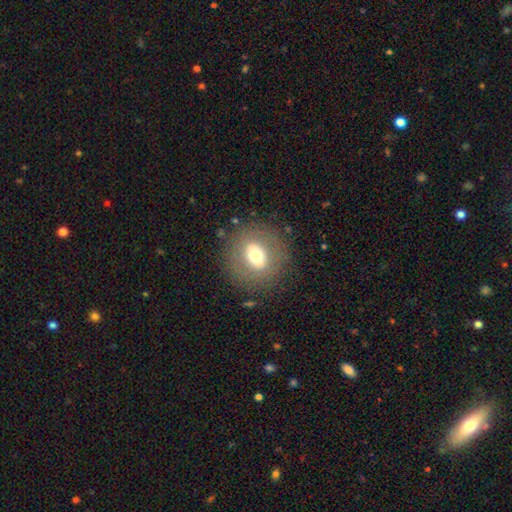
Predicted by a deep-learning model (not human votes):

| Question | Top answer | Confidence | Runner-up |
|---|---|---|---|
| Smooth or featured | smooth | 54% | featured or disk (35%) |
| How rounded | round | 77% | in between (22%) |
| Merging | none | 83% | minor disturbance (10%) |